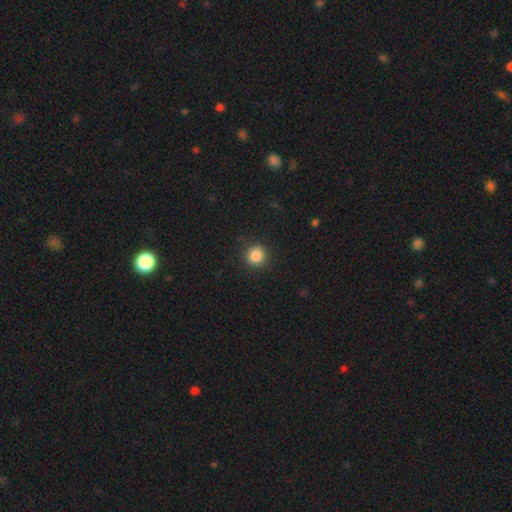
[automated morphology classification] smooth 86%, star or artifact 11%, featured or disk 4%. Down the decision tree: how rounded — round (91%); merging — none (89%).